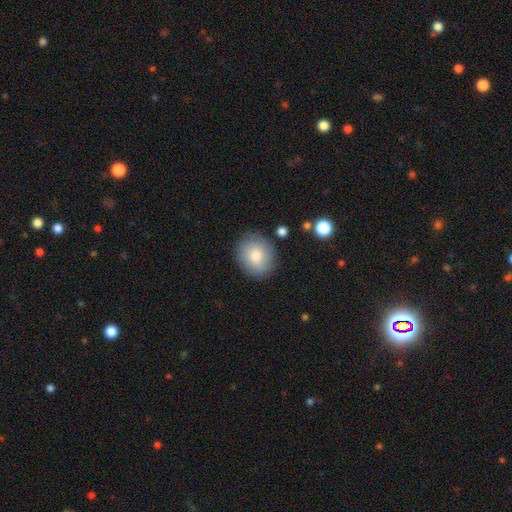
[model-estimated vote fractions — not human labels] This appears to be a smooth galaxy with no disk features (80%) that is round (76%). Merging: none (82%).